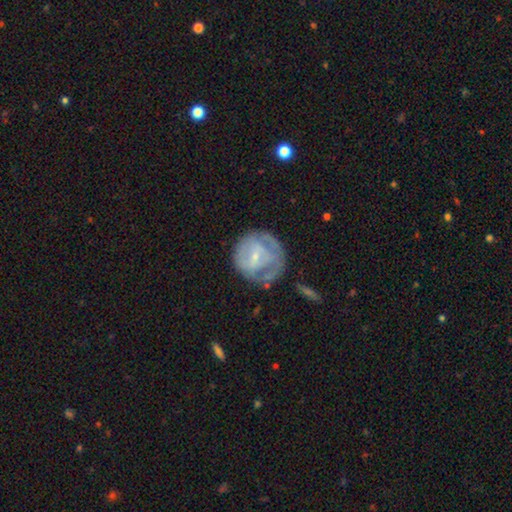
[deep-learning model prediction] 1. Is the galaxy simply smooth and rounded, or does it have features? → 58% featured or disk, 36% smooth, 7% star or artifact.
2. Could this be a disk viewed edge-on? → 97% no, 3% yes.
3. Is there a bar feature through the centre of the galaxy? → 45% no, 42% weak, 13% strong.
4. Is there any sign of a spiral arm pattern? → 55% yes, 45% no.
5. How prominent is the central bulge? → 70% small, 20% moderate, 7% none, 2% large, 1% dominant.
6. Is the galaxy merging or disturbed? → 52% none, 25% minor disturbance, 20% major disturbance, 4% merger.